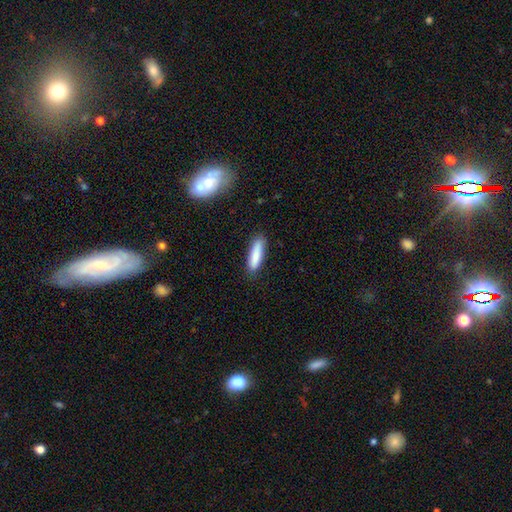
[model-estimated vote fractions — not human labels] Smooth or featured: smooth — 85% (featured or disk — 9%)
How rounded: cigar-shaped — 72% (in between — 26%)
Merging: none — 85% (minor disturbance — 11%)